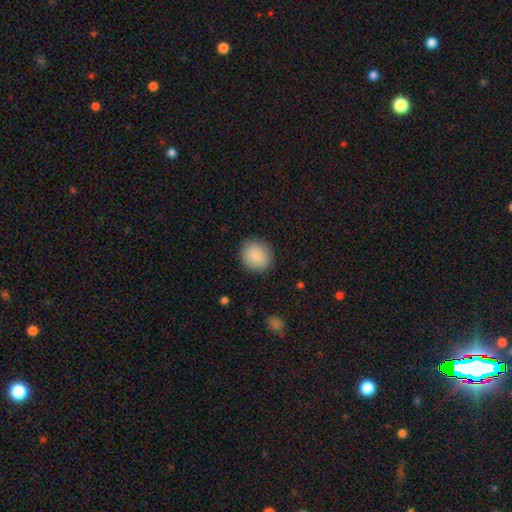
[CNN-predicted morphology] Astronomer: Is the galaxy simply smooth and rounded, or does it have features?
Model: smooth — 89%.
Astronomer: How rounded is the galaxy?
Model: round — 86%.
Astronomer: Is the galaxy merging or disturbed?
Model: none — 89%.